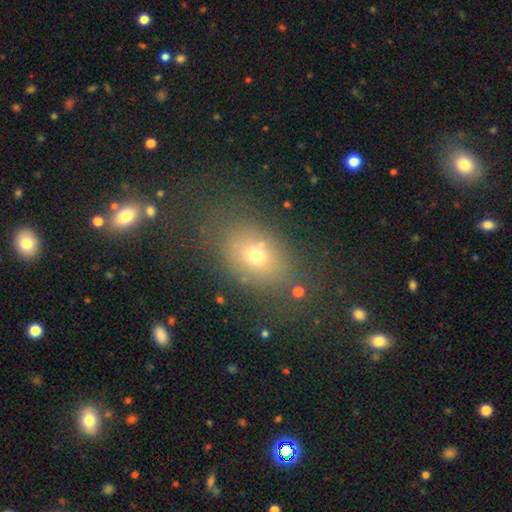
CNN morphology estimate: Smooth or featured?
  - smooth: 65% *
  - star or artifact: 18%
  - featured or disk: 17%
How rounded?
  - in between: 68% *
  - round: 31%
  - cigar-shaped: 2%
Merging?
  - none: 71% *
  - minor disturbance: 14%
  - major disturbance: 10%
  - merger: 5%